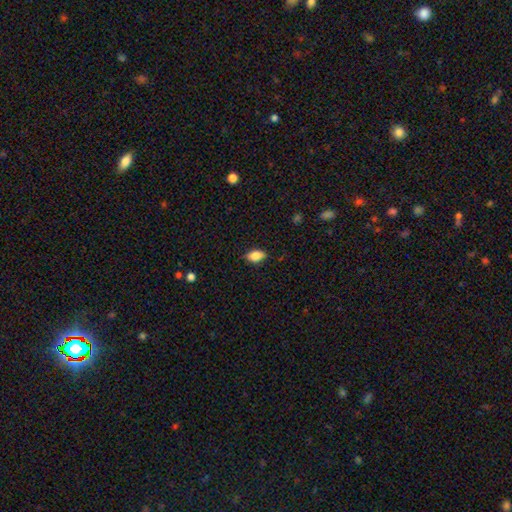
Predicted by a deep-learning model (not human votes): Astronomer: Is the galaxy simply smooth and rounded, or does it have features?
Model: smooth — 82%.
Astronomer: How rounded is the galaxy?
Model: in between — 88%.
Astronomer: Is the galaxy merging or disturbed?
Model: none — 83%.